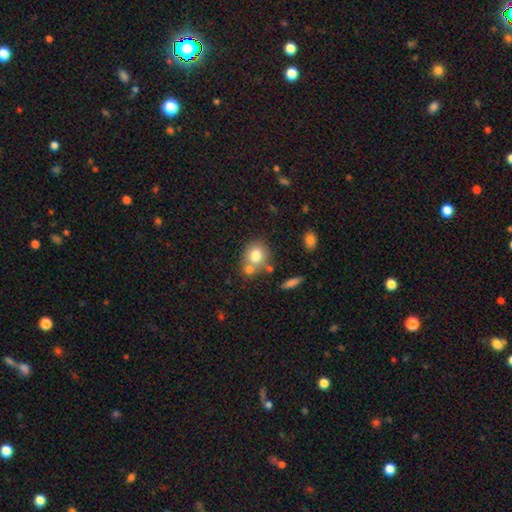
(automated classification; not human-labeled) Smooth or featured? Predicted: smooth (p=0.76). How rounded? Predicted: round (p=0.68). Merging? Predicted: none (p=0.50).